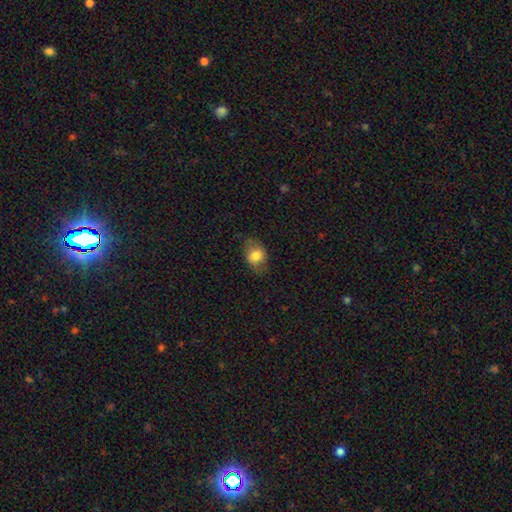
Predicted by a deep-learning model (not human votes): Smooth or featured? smooth (76%)
How rounded? in between (66%)
Merging? none (73%)